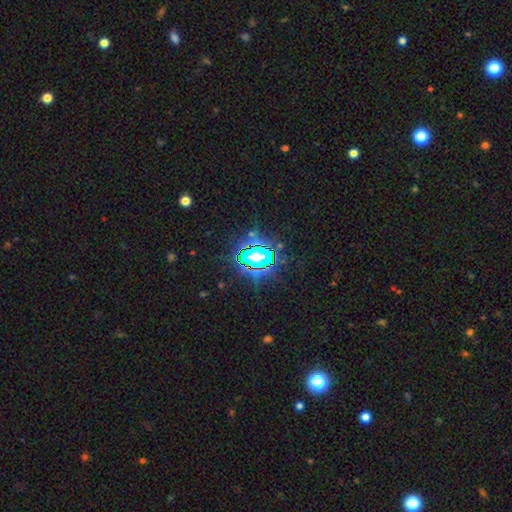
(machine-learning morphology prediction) smooth_or_featured: star or artifact (p=0.70) [alt: smooth p=0.19]